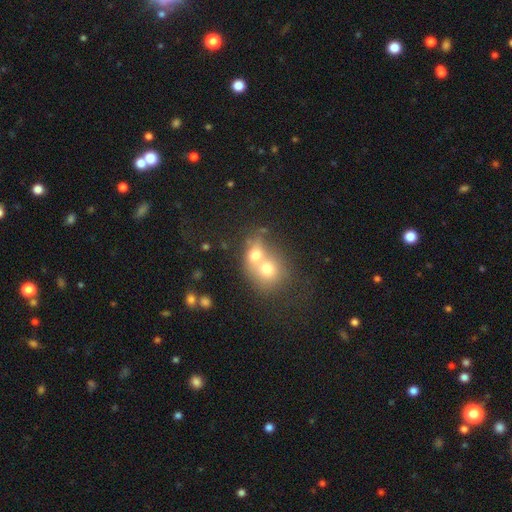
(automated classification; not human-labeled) Smooth or featured? Predicted: smooth (p=0.66). How rounded? Predicted: round (p=0.67). Merging? Predicted: merger (p=0.73).